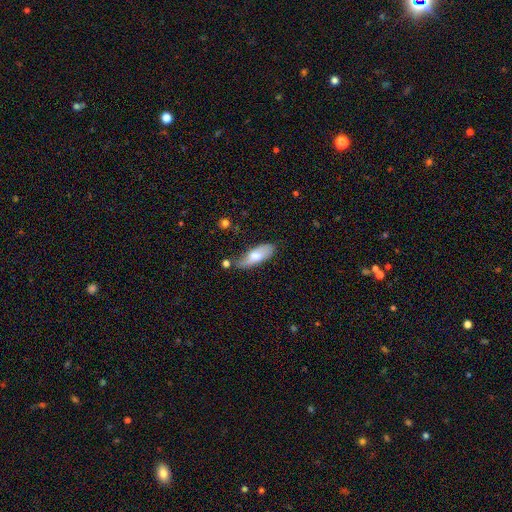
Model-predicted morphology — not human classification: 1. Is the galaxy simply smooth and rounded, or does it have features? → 65% smooth, 29% featured or disk, 6% star or artifact.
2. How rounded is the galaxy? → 70% in between, 27% cigar-shaped, 2% round.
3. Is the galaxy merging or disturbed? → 52% none, 30% minor disturbance, 9% major disturbance, 8% merger.